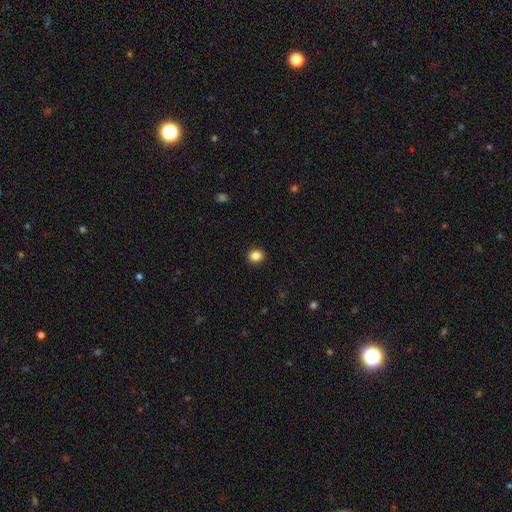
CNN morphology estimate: The model was most divided on "how rounded": round: 78%, in between: 21%, cigar-shaped: 1%. More confident: merging — none (92%); smooth or featured — smooth (85%).